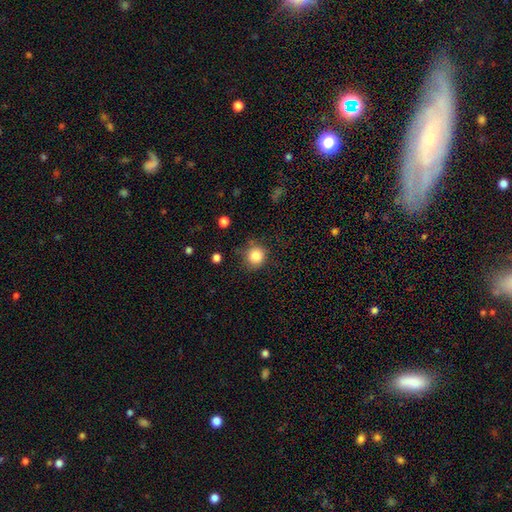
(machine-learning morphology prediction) The model was most divided on "merging": none: 79%, minor disturbance: 14%, major disturbance: 4%, merger: 3%. More confident: how rounded — round (90%); smooth or featured — smooth (84%).